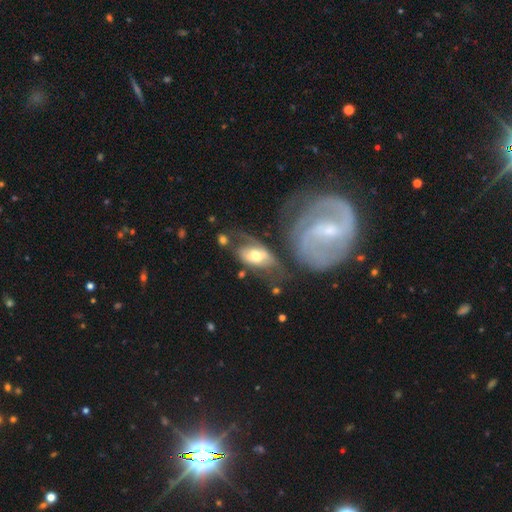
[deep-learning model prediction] Smooth or featured? Predicted: featured or disk (p=0.59). Edge-on disk? Predicted: no (p=0.91). Bar? Predicted: no (p=0.51). Spiral arms? Predicted: yes (p=0.69). Bulge size? Predicted: moderate (p=0.64). Merging? Predicted: none (p=0.35).